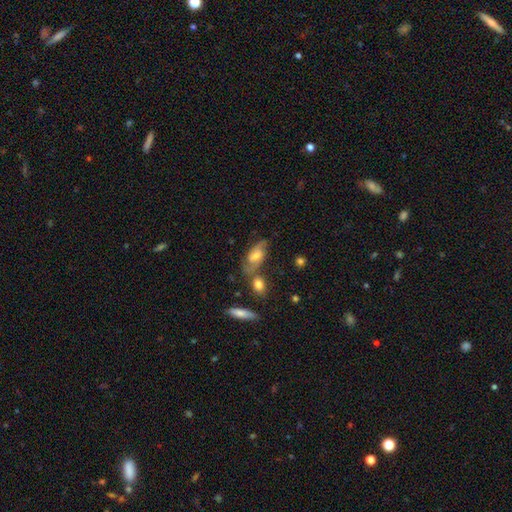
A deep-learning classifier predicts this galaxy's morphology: This is likely a featured or disk galaxy (61%). It is clearly not viewed edge-on (90%). Bar: possibly no (49%). Spiral arm pattern: clearly yes (89%). Central bulge: possibly moderate (50%). Merging: possibly none (58%).